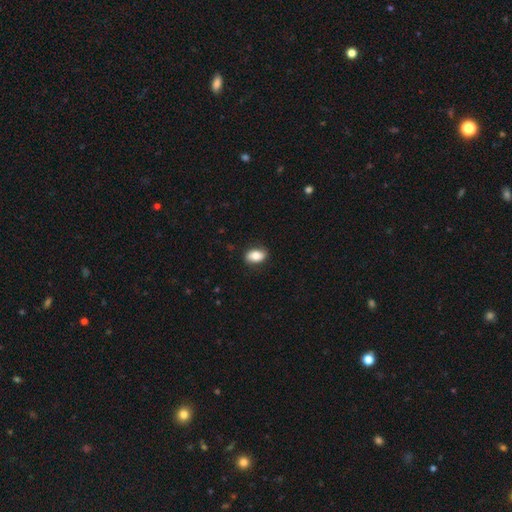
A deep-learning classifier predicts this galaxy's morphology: A smooth galaxy with no disk features (82%) that is in between round and cigar-shaped (87%). Merging: none (86%).